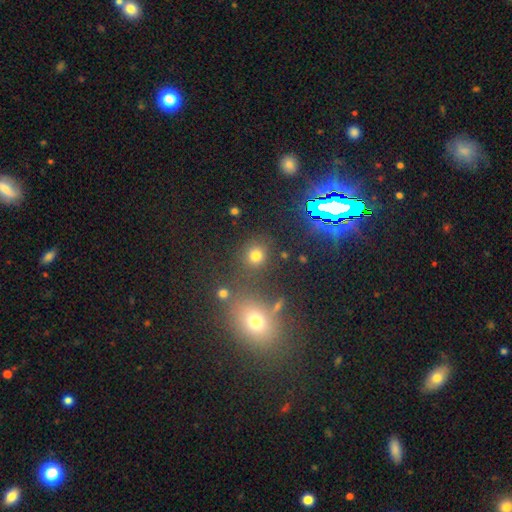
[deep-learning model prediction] The model was most divided on "smooth or featured": smooth: 71%, star or artifact: 22%, featured or disk: 7%. More confident: how rounded — round (85%); merging — none (80%).